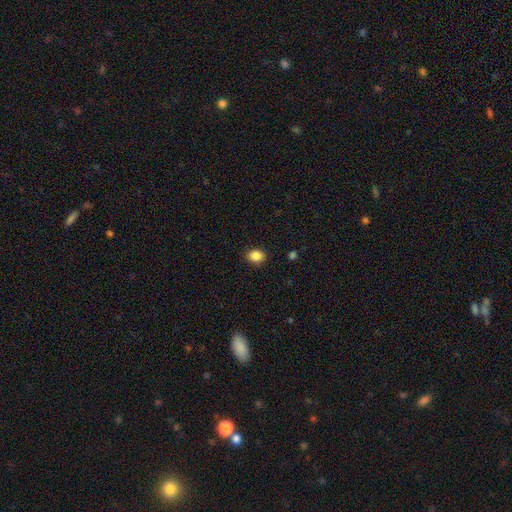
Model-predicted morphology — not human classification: smooth_or_featured: smooth (p=0.86) [alt: star or artifact p=0.09]
how_rounded: in between (p=0.56) [alt: round p=0.43]
merging: none (p=0.88) [alt: minor disturbance p=0.08]